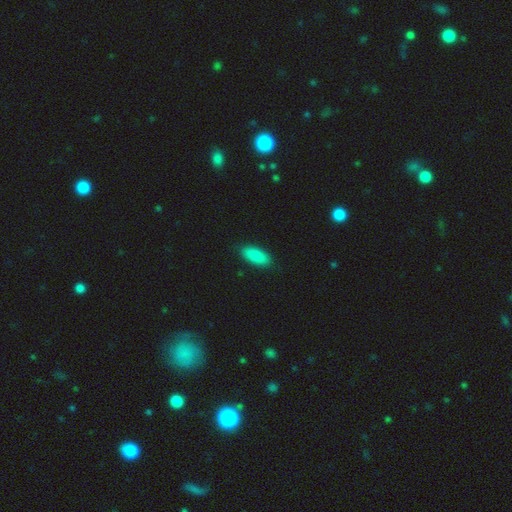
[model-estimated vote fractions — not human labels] A smooth galaxy with no disk features (89%) that is in between round and cigar-shaped (84%). Merging: none (88%).